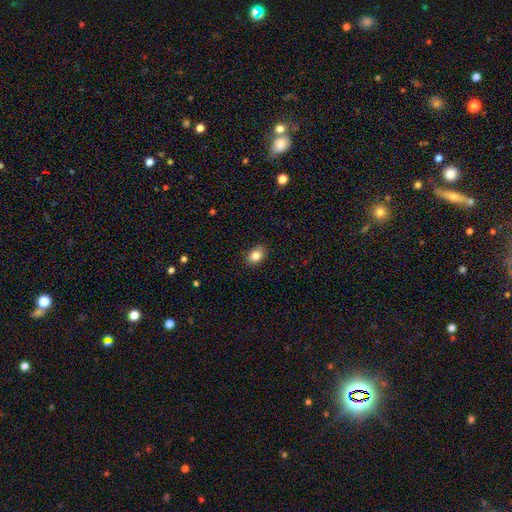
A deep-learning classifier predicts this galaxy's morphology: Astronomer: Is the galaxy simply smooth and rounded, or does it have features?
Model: smooth — 85%.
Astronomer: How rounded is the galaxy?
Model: in between — 75%.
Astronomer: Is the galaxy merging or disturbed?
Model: none — 86%.